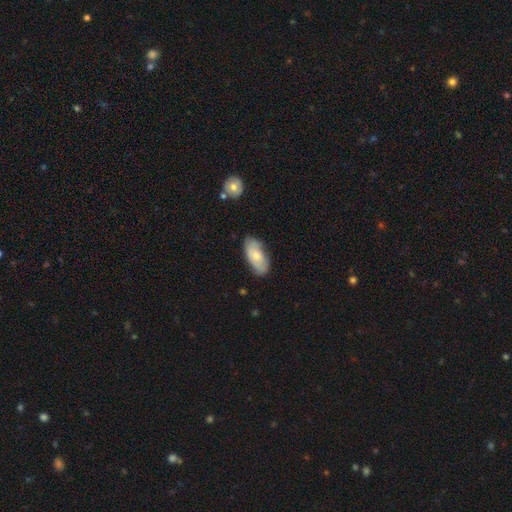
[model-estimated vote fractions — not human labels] smooth_or_featured: smooth (p=0.68) [alt: featured or disk p=0.26]
how_rounded: in between (p=0.90) [alt: cigar-shaped p=0.08]
merging: none (p=0.74) [alt: minor disturbance p=0.21]